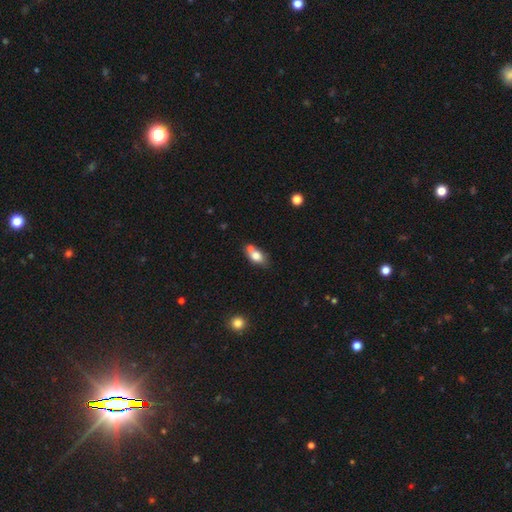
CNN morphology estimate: Overall: smooth (75%). How rounded: in between (77%). Merging: none (45%; merger 36%).